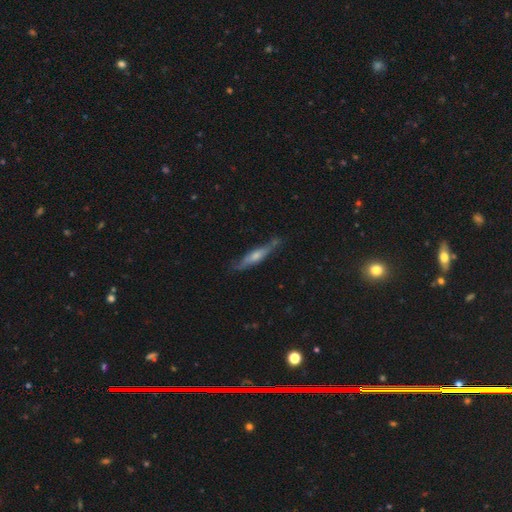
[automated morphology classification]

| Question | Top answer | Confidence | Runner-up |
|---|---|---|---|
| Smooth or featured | featured or disk | 55% | smooth (39%) |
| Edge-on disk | yes | 87% | no (13%) |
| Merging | none | 72% | minor disturbance (21%) |